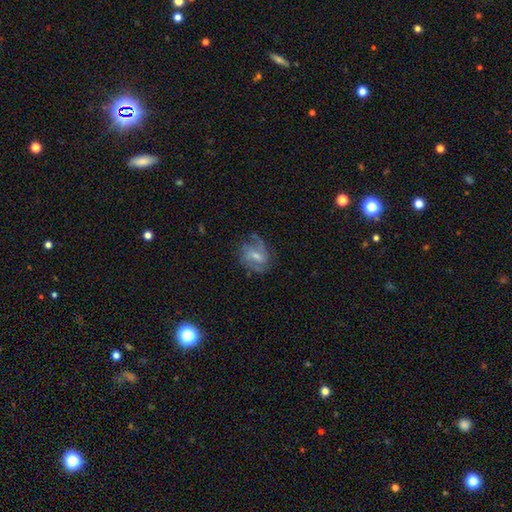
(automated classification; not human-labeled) Smooth or featured? featured or disk (70%)
Edge-on disk? no (96%)
Bar? weak (52%)
Spiral arms? yes (88%)
Spiral winding? medium (45%)
Spiral arm count? 2 (43%)
Bulge size? small (49%)
Merging? none (68%)